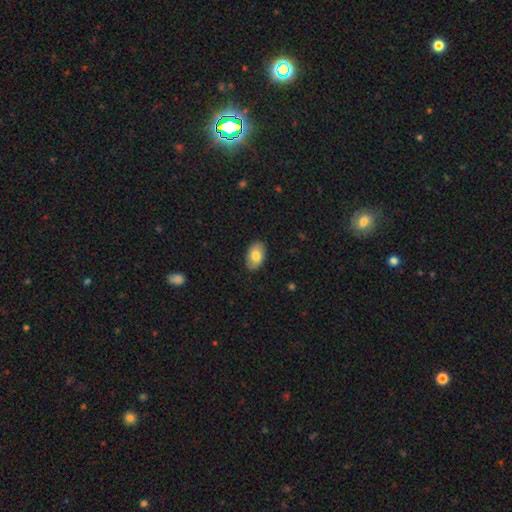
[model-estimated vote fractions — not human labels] Smooth or featured? smooth (79%)
How rounded? in between (92%)
Merging? none (87%)